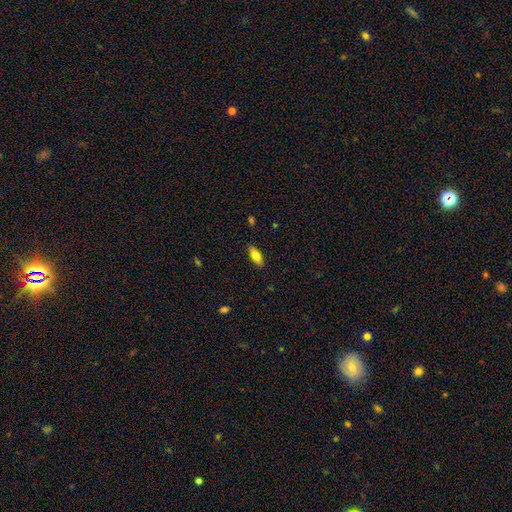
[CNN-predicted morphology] smooth_or_featured: smooth (p=0.58) [alt: featured or disk p=0.35]
how_rounded: in between (p=0.51) [alt: cigar-shaped p=0.47]
merging: none (p=0.87) [alt: minor disturbance p=0.10]